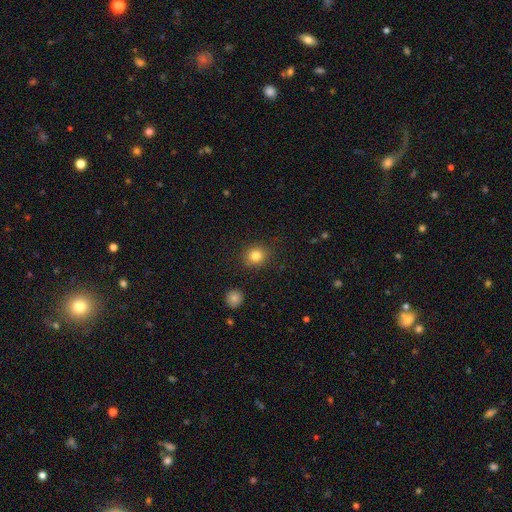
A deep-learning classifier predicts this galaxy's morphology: smooth 83%, star or artifact 11%, featured or disk 6%. Down the decision tree: how rounded — round (85%); merging — none (88%).